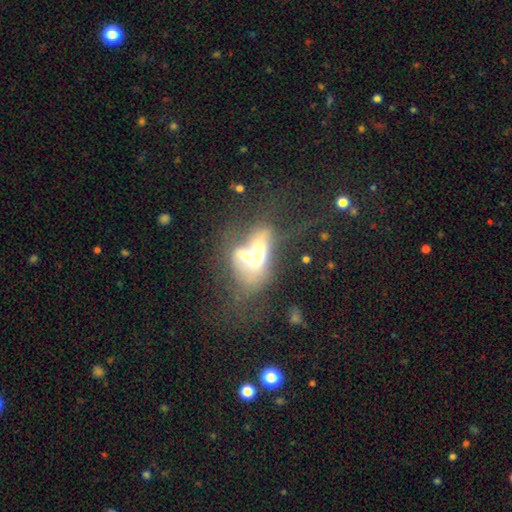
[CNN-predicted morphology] This appears to be a featured or disk galaxy (50%). Merging: merger (60%).